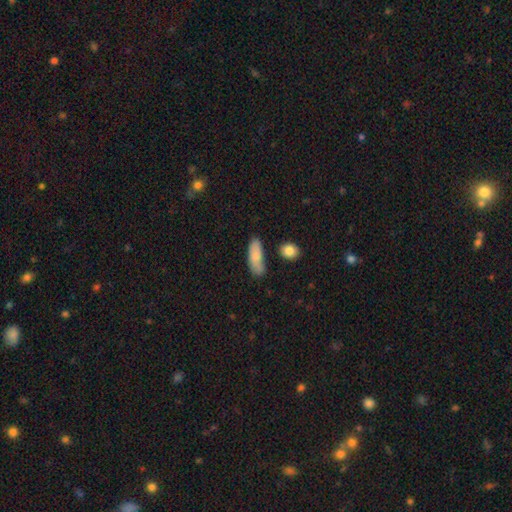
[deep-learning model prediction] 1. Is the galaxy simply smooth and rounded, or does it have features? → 79% smooth, 14% featured or disk, 7% star or artifact.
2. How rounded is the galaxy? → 71% in between, 26% cigar-shaped, 3% round.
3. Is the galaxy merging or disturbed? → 64% none, 23% minor disturbance, 7% merger, 6% major disturbance.